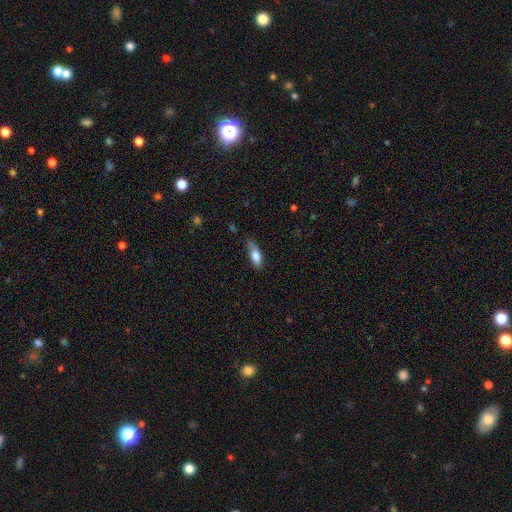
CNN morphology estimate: smooth_or_featured: smooth (p=0.78) [alt: featured or disk p=0.16]
how_rounded: in between (p=0.65) [alt: cigar-shaped p=0.32]
merging: none (p=0.64) [alt: minor disturbance p=0.28]